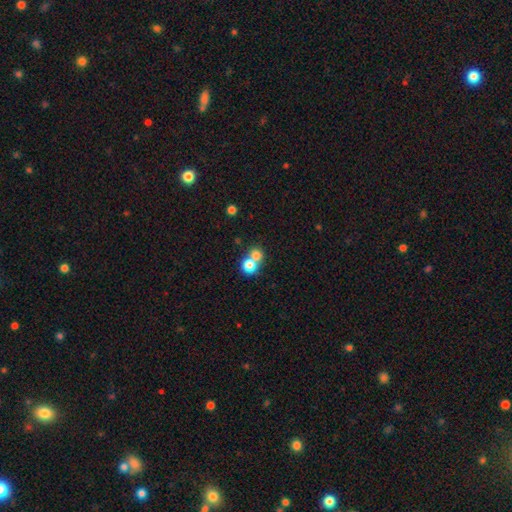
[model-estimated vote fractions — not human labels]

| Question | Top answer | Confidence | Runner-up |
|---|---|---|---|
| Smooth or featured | smooth | 75% | featured or disk (13%) |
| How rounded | round | 82% | in between (17%) |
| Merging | merger | 58% | none (34%) |